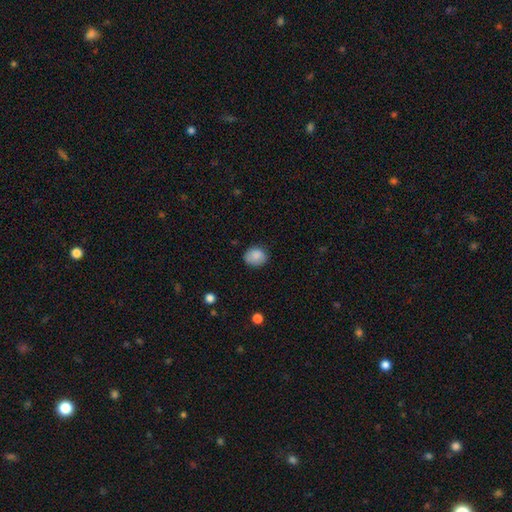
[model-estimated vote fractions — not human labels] A smooth galaxy with no disk features (86%) that is round (59%). Merging: none (79%).